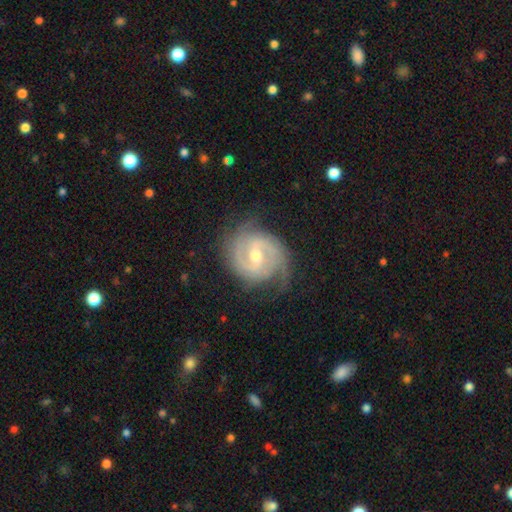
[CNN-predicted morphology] type=featured or disk (89%); edge-on=no (98%); bar=weak (54%); spiral arms=yes (97%); winding=tight (51%); arm count=2 (72%); bulge=moderate (60%); merging=none (74%).